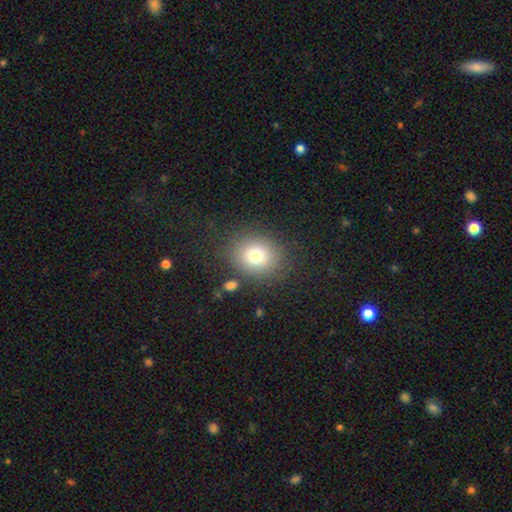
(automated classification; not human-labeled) smooth_or_featured: smooth (p=0.75) [alt: star or artifact p=0.13]
how_rounded: round (p=0.63) [alt: in between p=0.36]
merging: none (p=0.80) [alt: minor disturbance p=0.11]